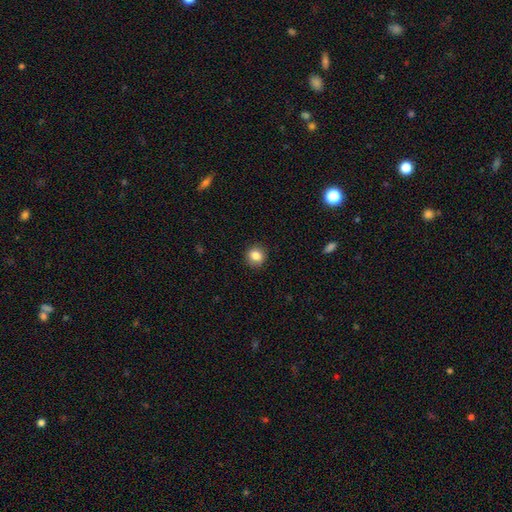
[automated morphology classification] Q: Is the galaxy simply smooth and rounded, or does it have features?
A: smooth — 85%.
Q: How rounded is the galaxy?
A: round — 89%.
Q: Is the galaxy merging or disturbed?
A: none — 91%.